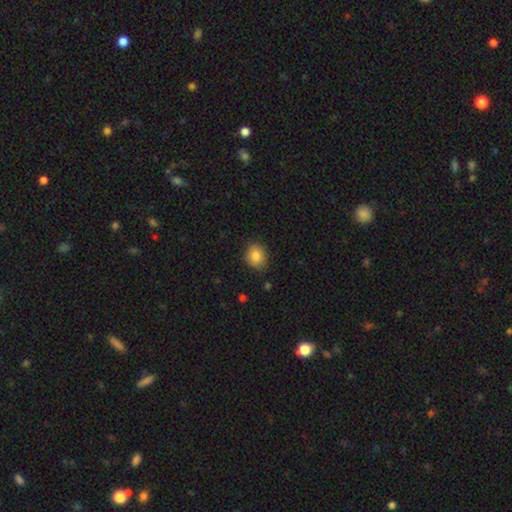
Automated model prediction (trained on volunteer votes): A smooth galaxy with no disk features (84%) that is round (64%). Merging: none (83%).